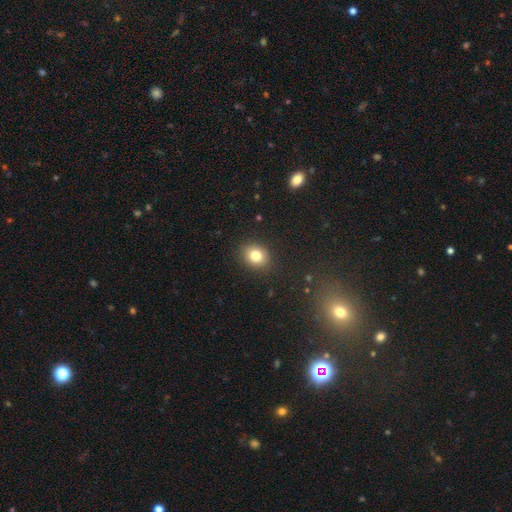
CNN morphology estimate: smooth-or-featured: smooth: 81% | star or artifact: 11% | featured or disk: 8%
  how-rounded: round: 58% | in between: 41% | cigar-shaped: 1%
  merging: none: 88% | minor disturbance: 8% | major disturbance: 2% | merger: 1%